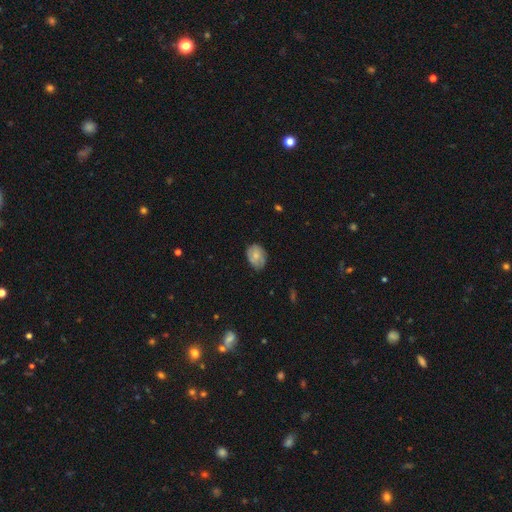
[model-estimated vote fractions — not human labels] smooth_or_featured: smooth (p=0.65) [alt: featured or disk p=0.28]
how_rounded: in between (p=0.68) [alt: round p=0.31]
merging: none (p=0.69) [alt: minor disturbance p=0.25]